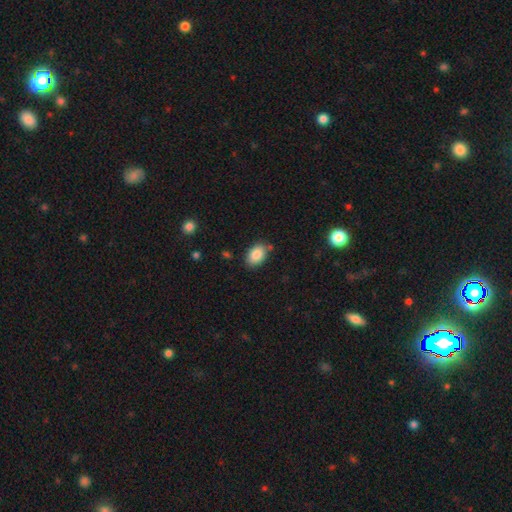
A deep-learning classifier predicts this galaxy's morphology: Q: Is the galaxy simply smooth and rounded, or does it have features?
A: smooth — 87%.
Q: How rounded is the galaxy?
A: in between — 85%.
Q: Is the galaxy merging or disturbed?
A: none — 79%.